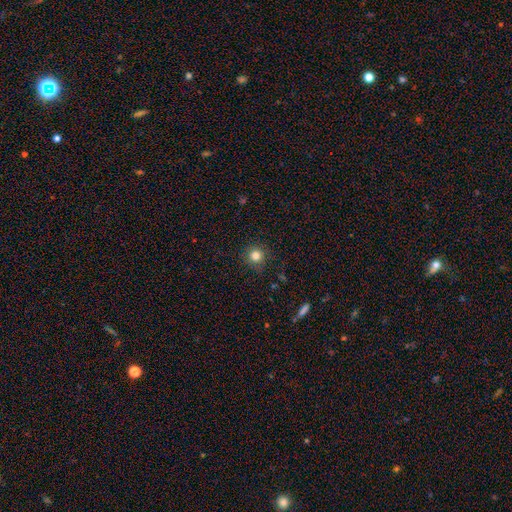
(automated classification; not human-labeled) Smooth or featured: smooth — 82% (star or artifact — 12%)
How rounded: round — 94% (in between — 5%)
Merging: none — 88% (minor disturbance — 8%)